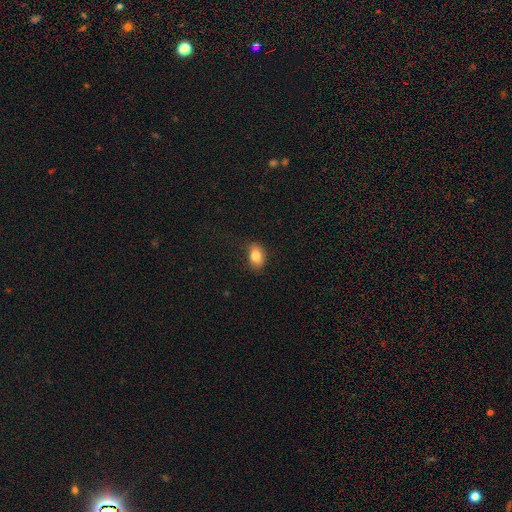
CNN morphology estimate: The model was most divided on "how rounded": in between: 75%, round: 23%, cigar-shaped: 1%. More confident: smooth or featured — smooth (82%); merging — none (75%).